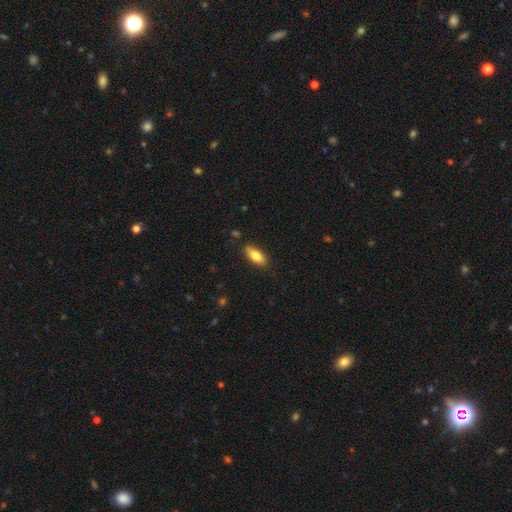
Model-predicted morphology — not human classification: The model was most divided on "how rounded": in between: 80%, cigar-shaped: 17%, round: 2%. More confident: merging — none (84%); smooth or featured — smooth (79%).